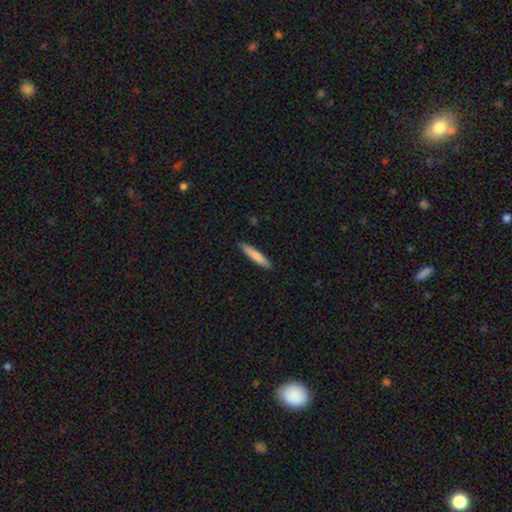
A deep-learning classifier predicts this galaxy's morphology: A smooth galaxy with no disk features (79%) that is cigar-shaped (91%).

Vote fractions:
- Smooth or featured? smooth: 79% / featured or disk: 15% / star or artifact: 5%
- How rounded? cigar-shaped: 91% / in between: 8% / round: 1%
- Merging? none: 90% / minor disturbance: 8% / major disturbance: 1% / merger: 1%